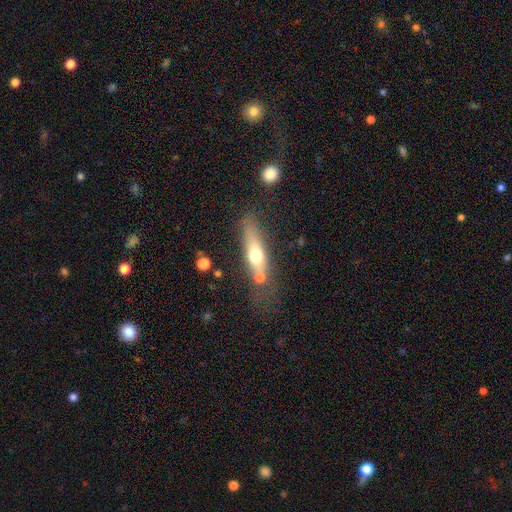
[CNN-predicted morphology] This appears to be a smooth galaxy with no disk features (55%) that is cigar-shaped (63%). Merging: none (56%).